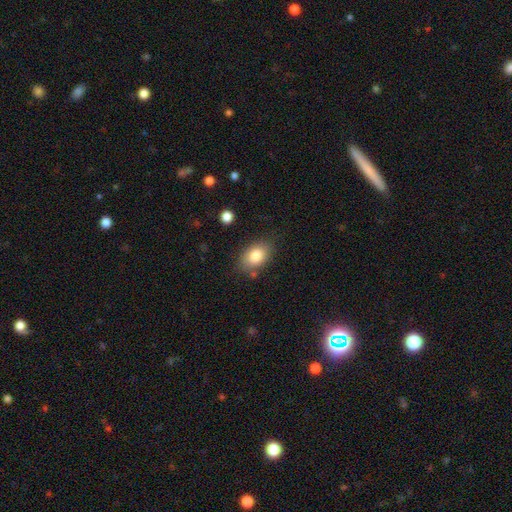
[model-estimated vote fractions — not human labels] Smooth or featured? Predicted: smooth (p=0.82). How rounded? Predicted: in between (p=0.83). Merging? Predicted: none (p=0.78).